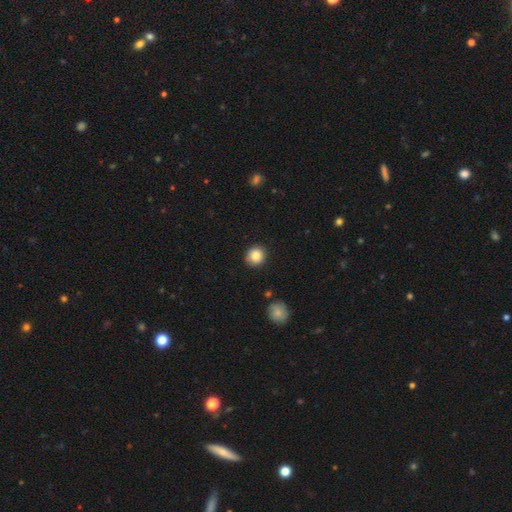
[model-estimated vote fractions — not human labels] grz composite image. It shows a smooth galaxy with no disk features (86%) that is round (90%). Merging: none (89%).